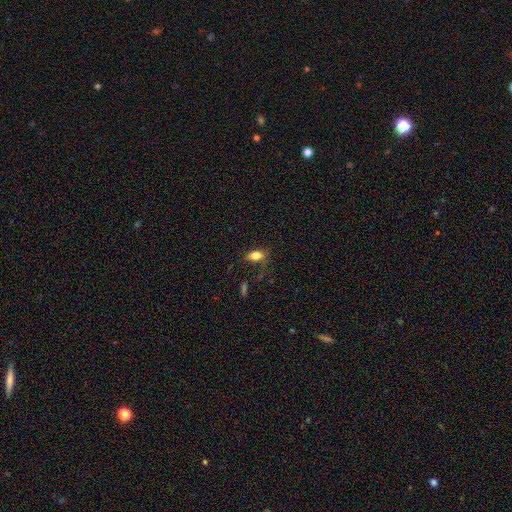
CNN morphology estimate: This appears to be a smooth galaxy with no disk features (79%) that is in between round and cigar-shaped (84%). Merging: none (73%).